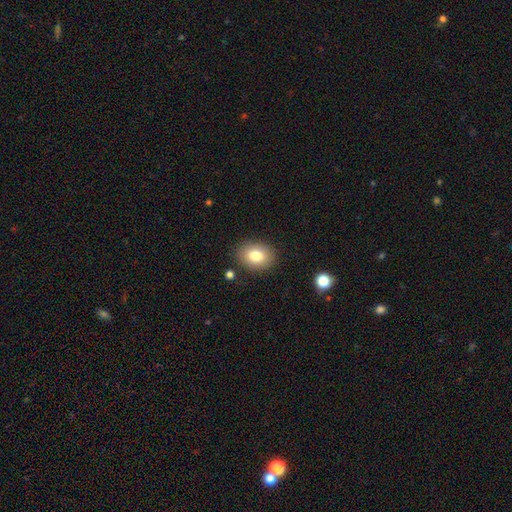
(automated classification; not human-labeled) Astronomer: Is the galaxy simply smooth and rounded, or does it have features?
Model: smooth — 81%.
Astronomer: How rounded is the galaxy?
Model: in between — 63%.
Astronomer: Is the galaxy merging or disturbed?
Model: none — 86%.